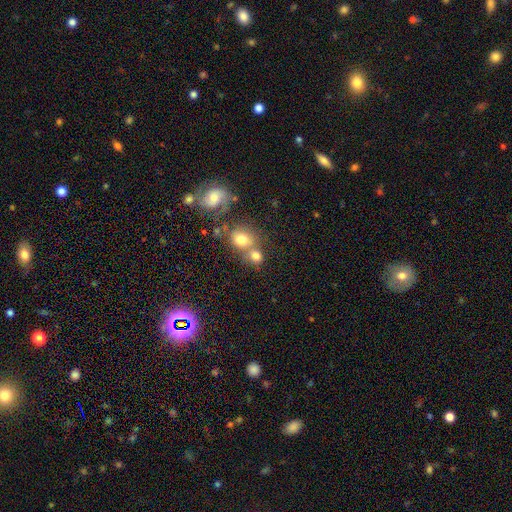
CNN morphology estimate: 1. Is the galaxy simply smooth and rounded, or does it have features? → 75% smooth, 14% star or artifact, 11% featured or disk.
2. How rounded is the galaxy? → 74% round, 25% in between, 1% cigar-shaped.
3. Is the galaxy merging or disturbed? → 44% none, 43% merger, 9% minor disturbance, 4% major disturbance.